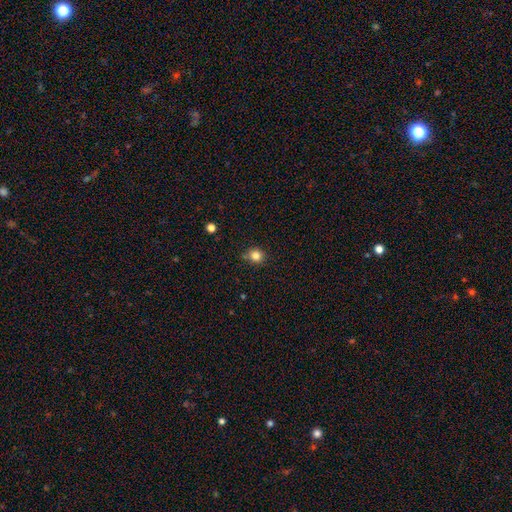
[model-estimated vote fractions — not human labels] Smooth or featured?
  - smooth: 83% *
  - star or artifact: 12%
  - featured or disk: 5%
How rounded?
  - round: 88% *
  - in between: 11%
  - cigar-shaped: 1%
Merging?
  - none: 81% *
  - minor disturbance: 12%
  - merger: 5%
  - major disturbance: 3%